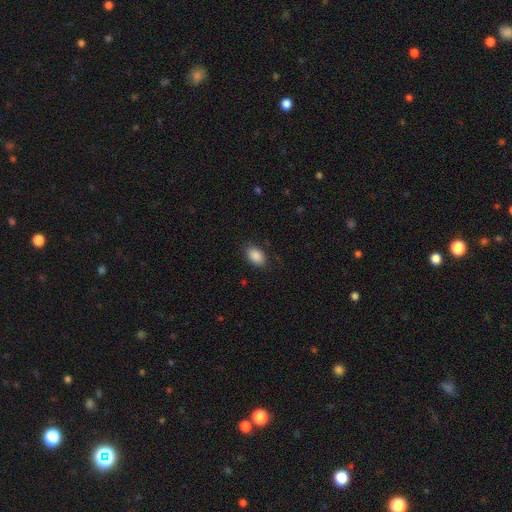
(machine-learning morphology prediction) smooth_or_featured: smooth (p=0.89) [alt: star or artifact p=0.08]
how_rounded: in between (p=0.89) [alt: round p=0.10]
merging: none (p=0.86) [alt: minor disturbance p=0.11]